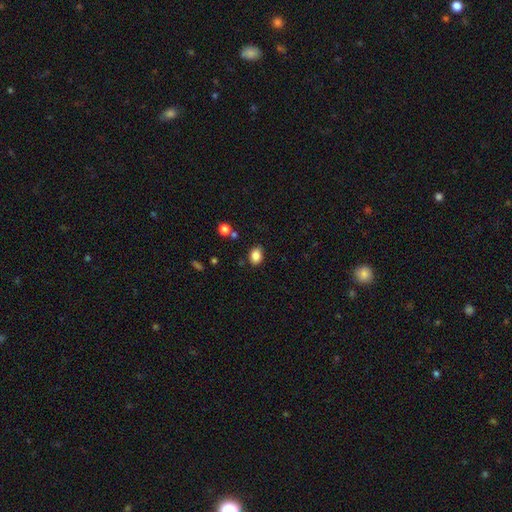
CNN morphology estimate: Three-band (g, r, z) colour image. It shows a smooth galaxy with no disk features (86%) that is in between round and cigar-shaped (67%). Merging: none (80%).